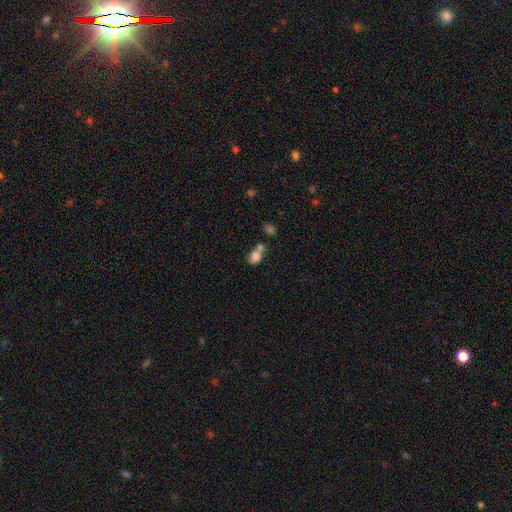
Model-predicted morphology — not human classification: A smooth galaxy with no disk features (79%) that is in between round and cigar-shaped (58%). Merging: merger (52%).